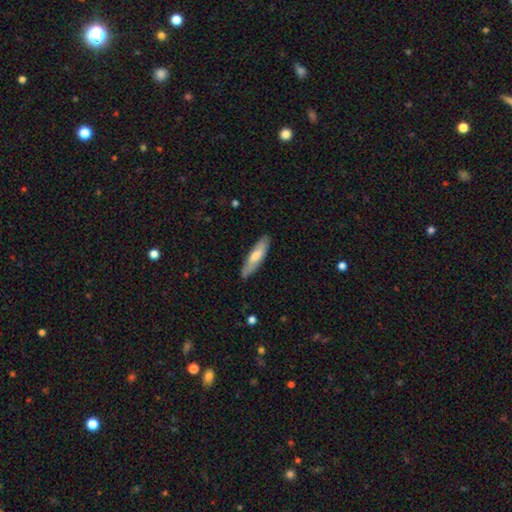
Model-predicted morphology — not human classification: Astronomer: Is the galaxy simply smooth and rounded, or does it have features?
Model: smooth — 62%.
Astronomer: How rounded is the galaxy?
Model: cigar-shaped — 68%.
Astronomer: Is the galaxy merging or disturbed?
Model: none — 84%.